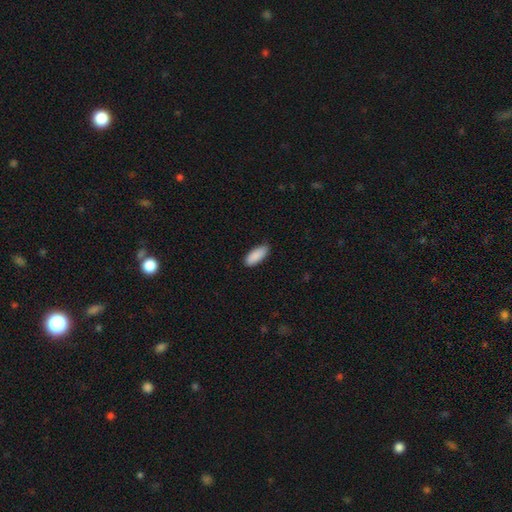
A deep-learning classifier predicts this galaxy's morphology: A smooth galaxy with no disk features (90%) that is in between round and cigar-shaped (82%).

Vote fractions:
- Smooth or featured? smooth: 90% / star or artifact: 6% / featured or disk: 4%
- How rounded? in between: 82% / cigar-shaped: 17% / round: 2%
- Merging? none: 81% / minor disturbance: 16% / major disturbance: 2% / merger: 1%